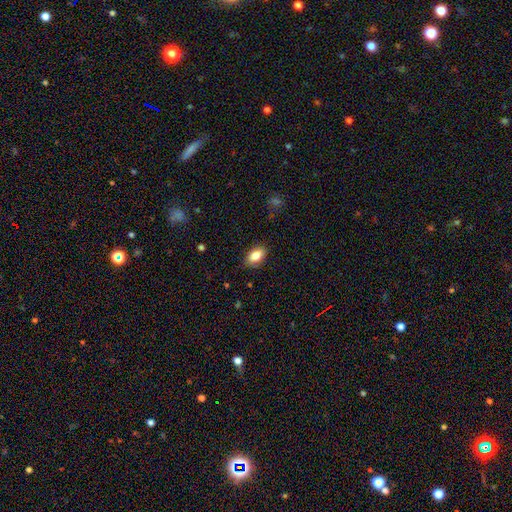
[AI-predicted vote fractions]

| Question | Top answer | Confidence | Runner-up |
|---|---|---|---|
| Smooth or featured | smooth | 85% | featured or disk (8%) |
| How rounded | in between | 92% | round (6%) |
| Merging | none | 86% | minor disturbance (11%) |